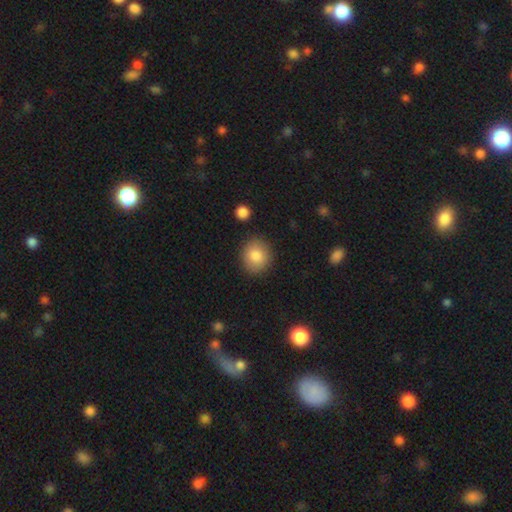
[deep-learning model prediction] Smooth or featured? smooth (84%)
How rounded? round (78%)
Merging? none (86%)